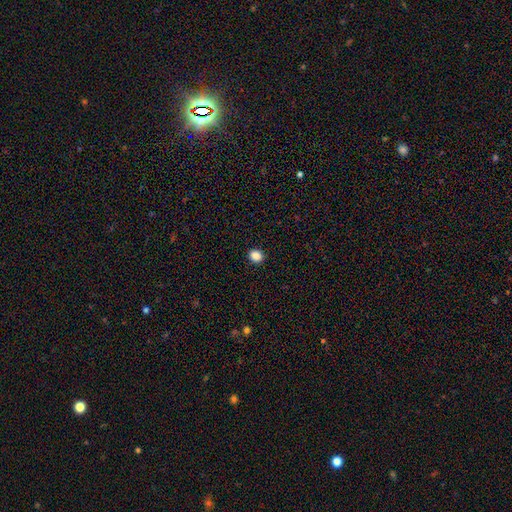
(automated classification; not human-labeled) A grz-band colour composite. It shows a smooth galaxy with no disk features (87%) that is round (78%). Merging: none (92%).